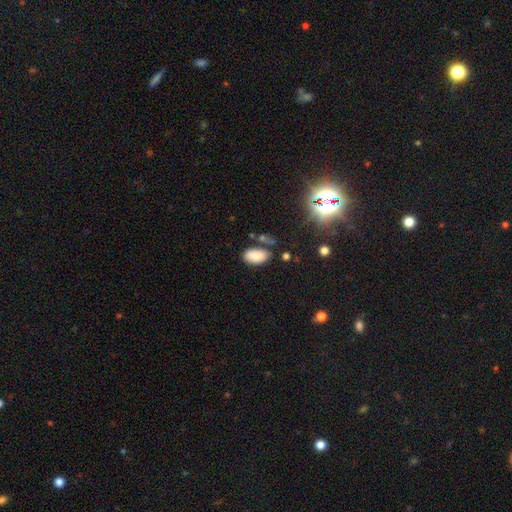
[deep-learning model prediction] Morphology: type=smooth (84%); roundness=in between (94%); merging=none (64%).